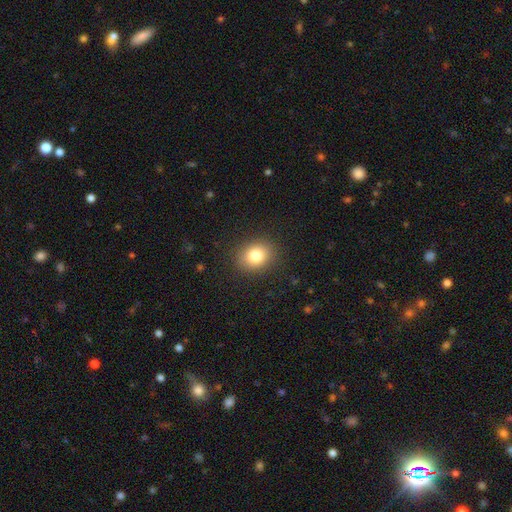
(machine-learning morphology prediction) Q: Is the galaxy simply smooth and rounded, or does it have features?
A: smooth — 80%.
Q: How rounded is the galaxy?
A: round — 59%.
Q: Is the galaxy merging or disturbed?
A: none — 88%.